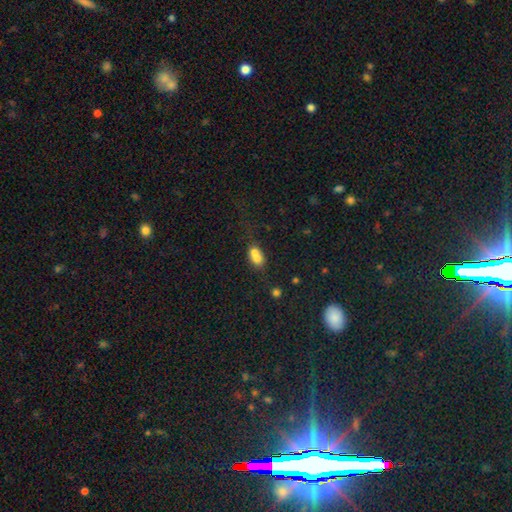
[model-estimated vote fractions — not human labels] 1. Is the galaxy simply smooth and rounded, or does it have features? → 69% smooth, 19% featured or disk, 12% star or artifact.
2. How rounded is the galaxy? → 54% in between, 43% round, 2% cigar-shaped.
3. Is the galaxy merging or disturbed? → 64% merger, 24% none, 8% minor disturbance, 4% major disturbance.